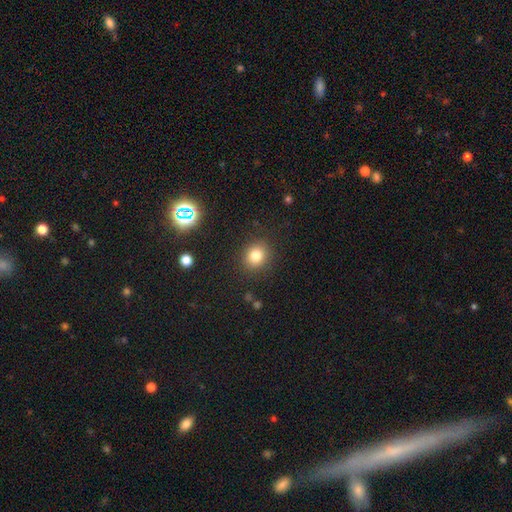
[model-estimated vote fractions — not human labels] smooth-or-featured: smooth: 79% | star or artifact: 13% | featured or disk: 8%
  how-rounded: round: 78% | in between: 21% | cigar-shaped: 1%
  merging: none: 87% | minor disturbance: 8% | major disturbance: 3% | merger: 2%